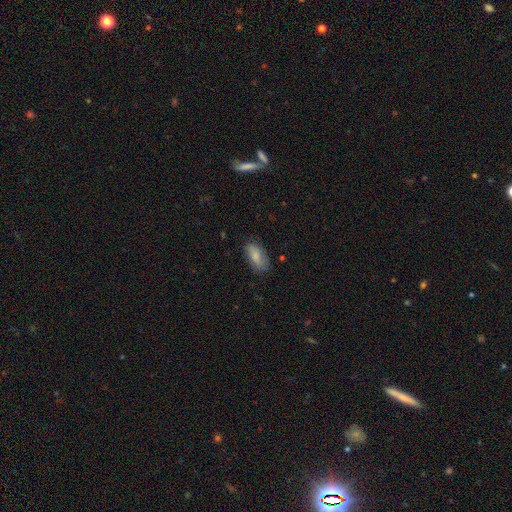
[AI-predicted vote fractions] smooth 78%, featured or disk 15%, star or artifact 7%. Down the decision tree: how rounded — in between (90%); merging — none (77%).